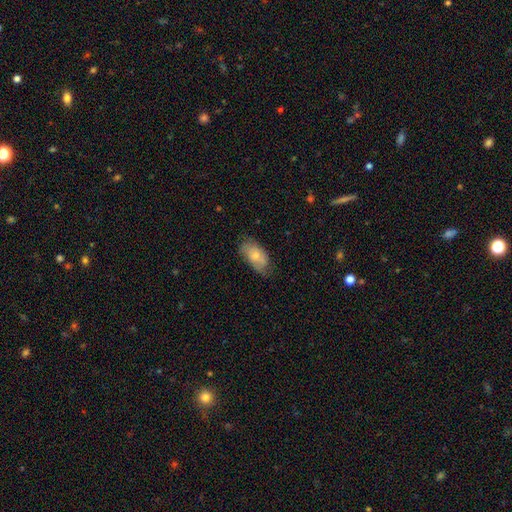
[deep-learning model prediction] Smooth or featured: smooth — 66% (featured or disk — 27%)
How rounded: in between — 93% (round — 4%)
Merging: none — 60% (minor disturbance — 29%)